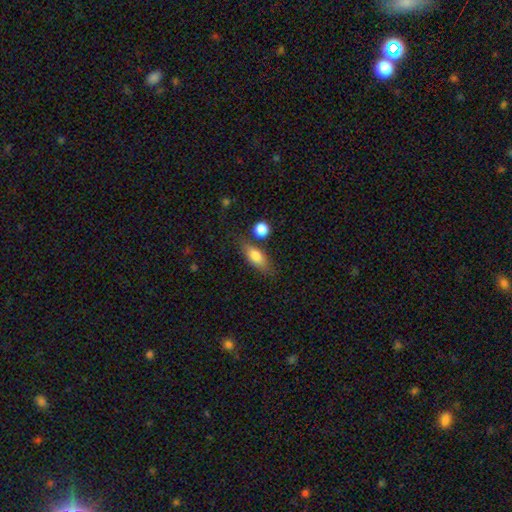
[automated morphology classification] smooth 76%, featured or disk 17%, star or artifact 7%. Down the decision tree: how rounded — in between (72%); merging — none (67%).